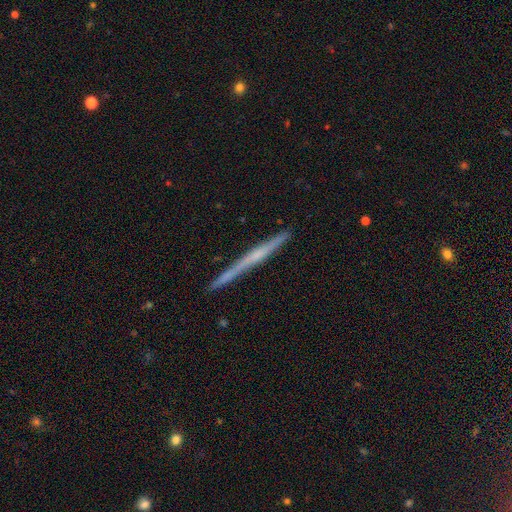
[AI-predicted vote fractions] Smooth or featured? featured or disk (64%)
Edge-on disk? yes (98%)
Edge-on bulge? none (65%)
Merging? none (89%)